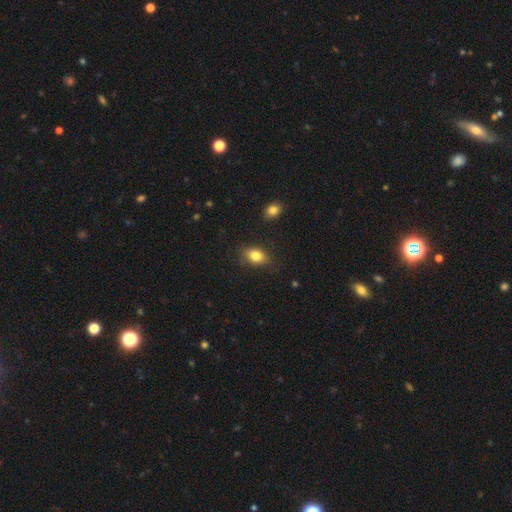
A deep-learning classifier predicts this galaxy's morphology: A smooth galaxy with no disk features (83%) that is in between round and cigar-shaped (82%). Merging: none (80%).